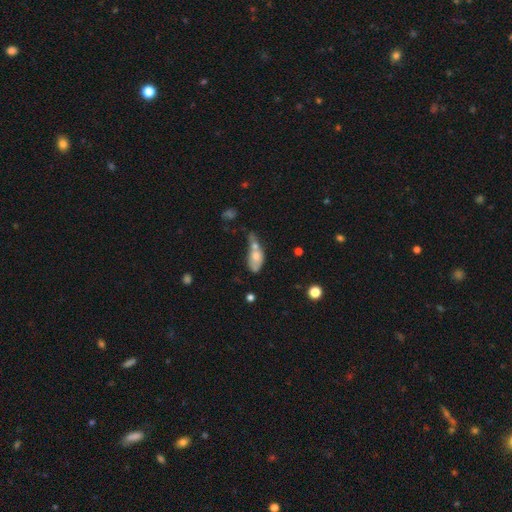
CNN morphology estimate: This appears to be a smooth galaxy with no disk features (63%) that is in between round and cigar-shaped (79%). Merging: merger (61%).